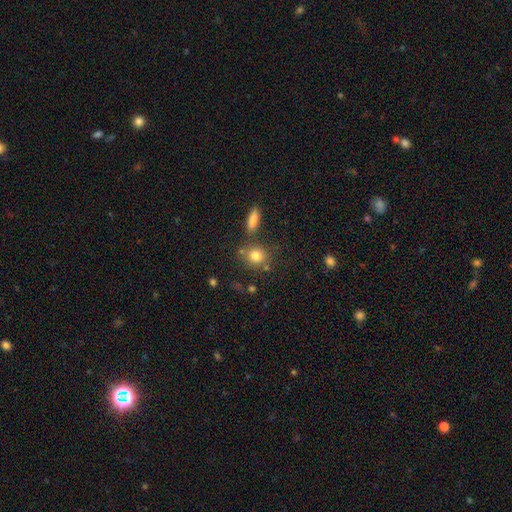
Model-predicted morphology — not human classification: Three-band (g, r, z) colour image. It shows a smooth galaxy with no disk features (80%) that is round (78%). Merging: none (71%).